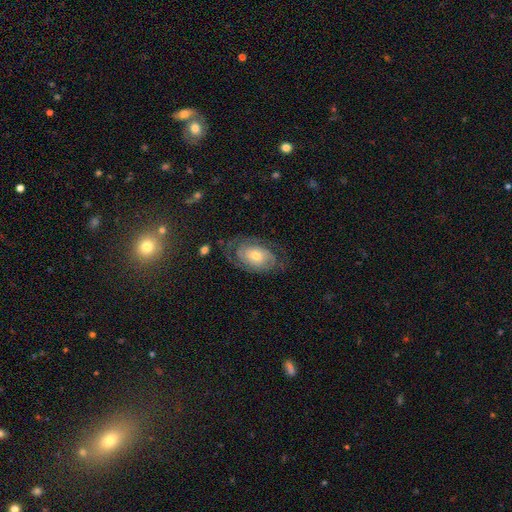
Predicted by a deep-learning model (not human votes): Smooth or featured?
  - featured or disk: 73% *
  - smooth: 20%
  - star or artifact: 7%
Edge-on disk?
  - no: 95% *
  - yes: 5%
Bar?
  - no: 72% *
  - weak: 22%
  - strong: 5%
Spiral arms?
  - yes: 87% *
  - no: 13%
Spiral winding?
  - tight: 60% *
  - medium: 29%
  - loose: 11%
Spiral arm count?
  - 2: 54% *
  - can't tell: 28%
  - 1: 7%
  - 3: 6%
  - 4: 3%
  - more than 4: 2%
Bulge size?
  - moderate: 55% *
  - small: 37%
  - large: 5%
  - none: 1%
  - dominant: 1%
Merging?
  - none: 67% *
  - minor disturbance: 18%
  - major disturbance: 13%
  - merger: 2%